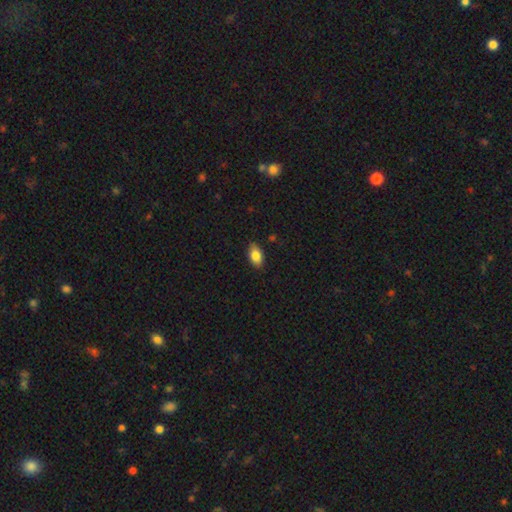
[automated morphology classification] Smooth or featured: smooth — 84% (featured or disk — 9%)
How rounded: in between — 91% (round — 6%)
Merging: none — 86% (minor disturbance — 11%)